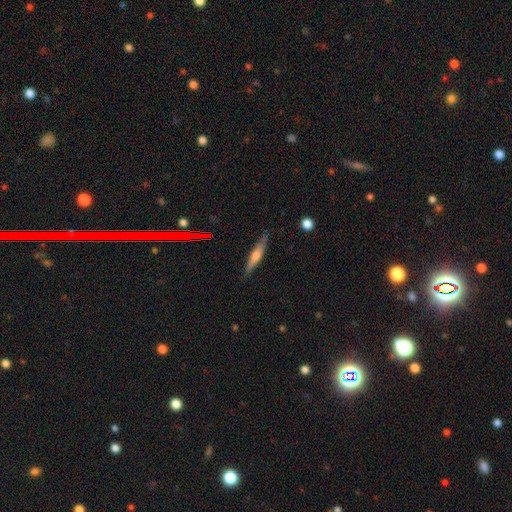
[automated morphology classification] Smooth or featured? featured or disk (53%)
Edge-on disk? yes (95%)
Merging? none (86%)